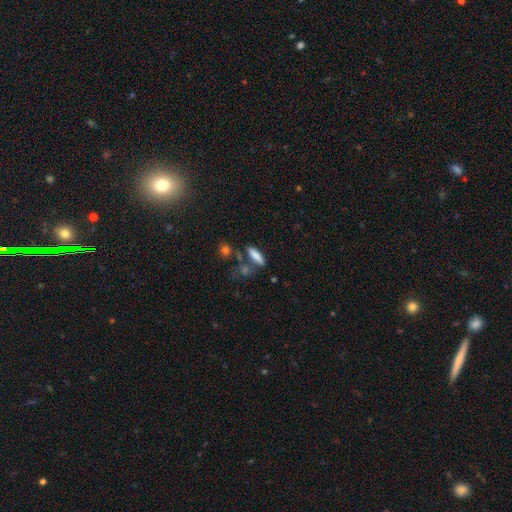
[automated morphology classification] A smooth galaxy with no disk features (80%) that is cigar-shaped (60%). Merging: none (67%).